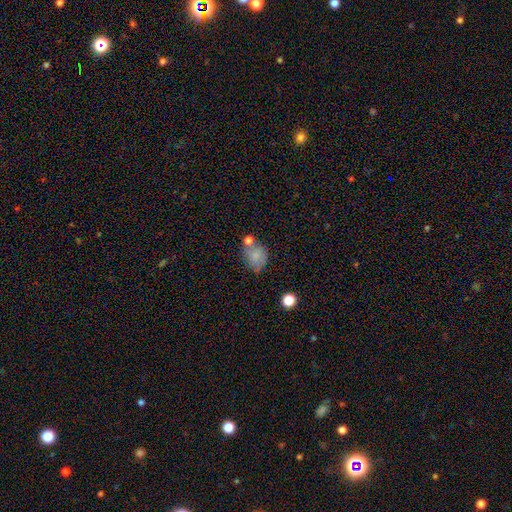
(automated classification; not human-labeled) A smooth galaxy with no disk features (74%) that is in between round and cigar-shaped (54%).

Vote fractions:
- Smooth or featured? smooth: 74% / featured or disk: 16% / star or artifact: 10%
- How rounded? in between: 54% / round: 44% / cigar-shaped: 1%
- Merging? none: 45% / minor disturbance: 23% / merger: 22% / major disturbance: 10%